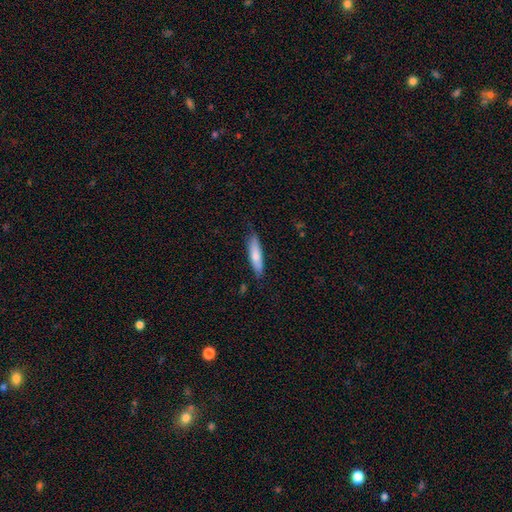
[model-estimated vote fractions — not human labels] Q: Smooth or featured?
A: smooth (74%); runner-up: featured or disk (21%)
Q: How rounded?
A: cigar-shaped (71%); runner-up: in between (27%)
Q: Merging?
A: none (77%); runner-up: minor disturbance (18%)